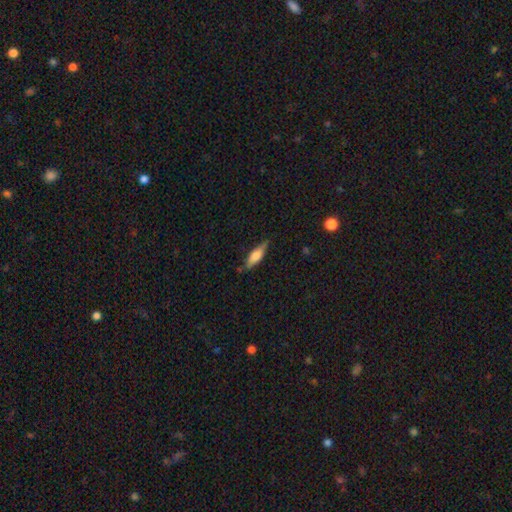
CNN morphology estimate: smooth-or-featured: smooth: 60% | featured or disk: 33% | star or artifact: 7%
  how-rounded: cigar-shaped: 52% | in between: 45% | round: 2%
  merging: none: 78% | minor disturbance: 17% | major disturbance: 3% | merger: 2%